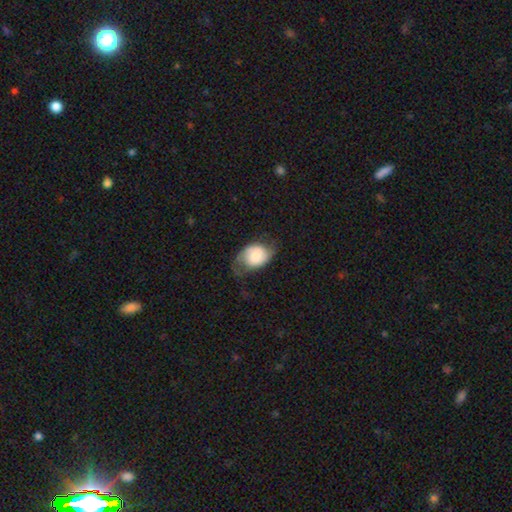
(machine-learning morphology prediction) Smooth or featured? Predicted: smooth (p=0.51). How rounded? Predicted: in between (p=0.70). Merging? Predicted: none (p=0.40).